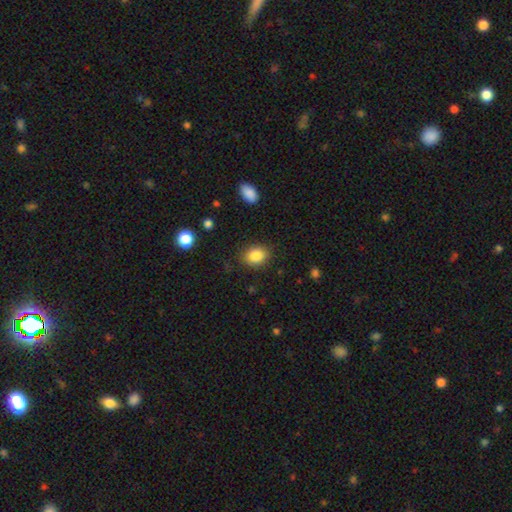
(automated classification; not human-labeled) Smooth or featured? Predicted: smooth (p=0.86). How rounded? Predicted: in between (p=0.53). Merging? Predicted: none (p=0.85).